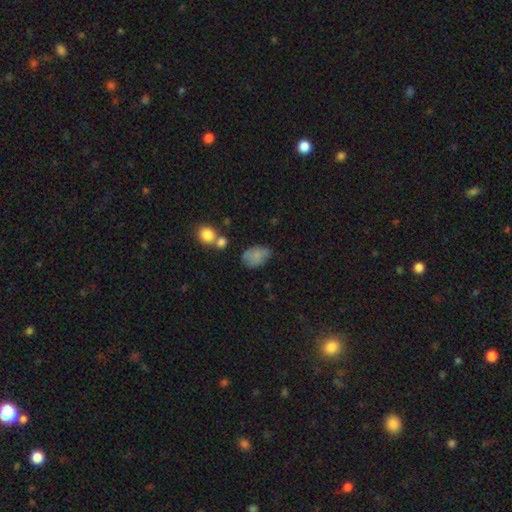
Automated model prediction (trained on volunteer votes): Smooth or featured? smooth (78%)
How rounded? in between (83%)
Merging? none (54%)